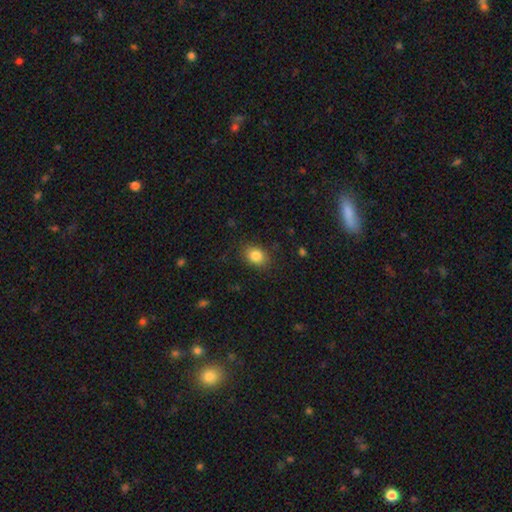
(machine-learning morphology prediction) Smooth or featured? smooth (84%)
How rounded? in between (64%)
Merging? none (84%)